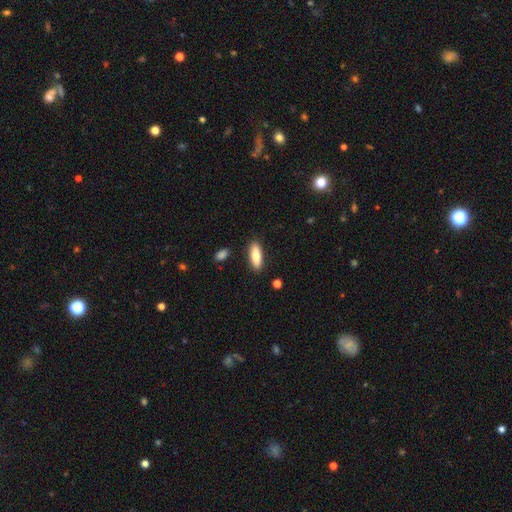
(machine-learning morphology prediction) Q: Smooth or featured?
A: smooth (78%); runner-up: featured or disk (16%)
Q: How rounded?
A: in between (62%); runner-up: cigar-shaped (36%)
Q: Merging?
A: none (87%); runner-up: minor disturbance (9%)